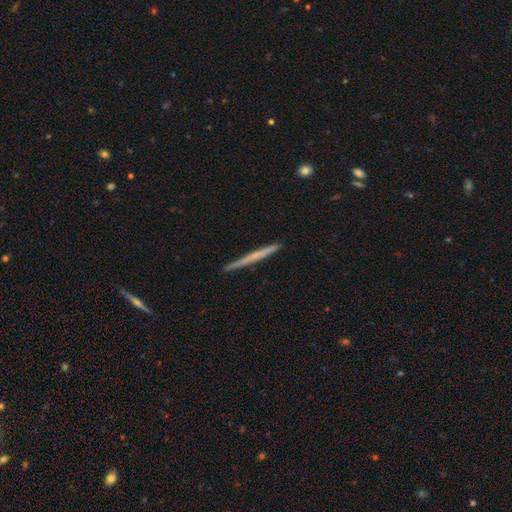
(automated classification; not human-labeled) Smooth or featured? featured or disk (48%)
Merging? none (92%)